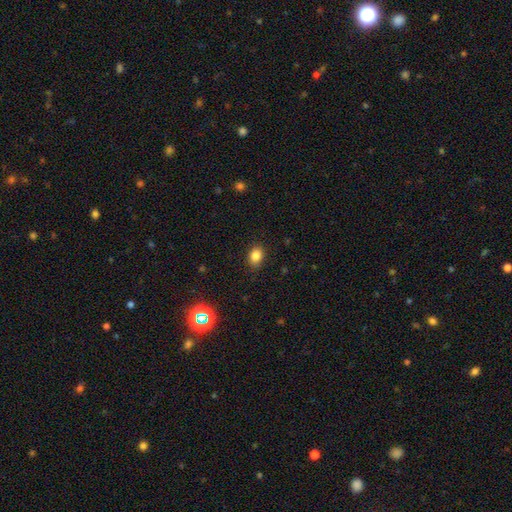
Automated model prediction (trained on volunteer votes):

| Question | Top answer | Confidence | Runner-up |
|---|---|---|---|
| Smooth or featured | smooth | 84% | star or artifact (11%) |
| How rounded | in between | 65% | round (34%) |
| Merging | none | 87% | minor disturbance (10%) |